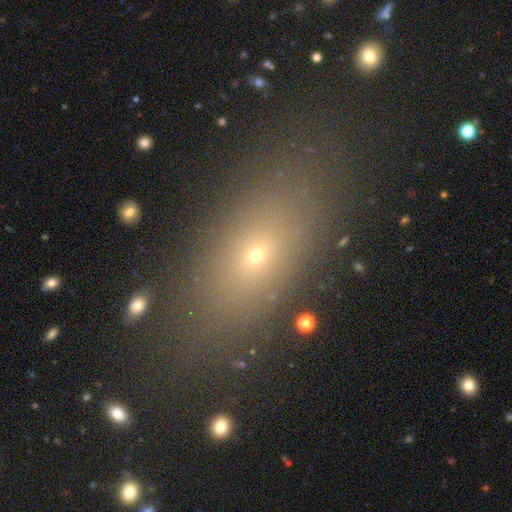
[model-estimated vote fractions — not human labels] A smooth galaxy with no disk features (62%) that is in between round and cigar-shaped (75%). Merging: none (83%).